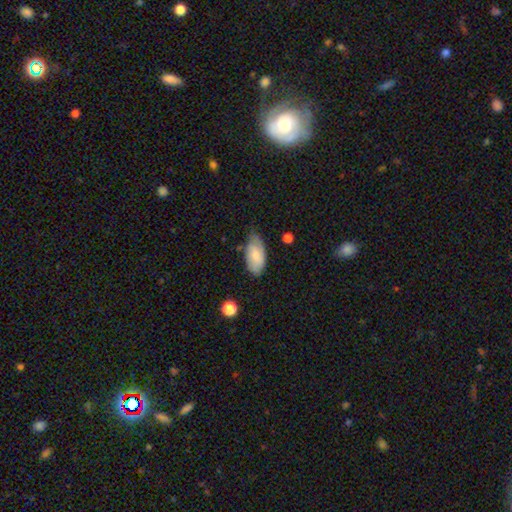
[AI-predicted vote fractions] Smooth or featured: smooth — 73% (featured or disk — 21%)
How rounded: in between — 93% (cigar-shaped — 5%)
Merging: none — 57% (minor disturbance — 35%)